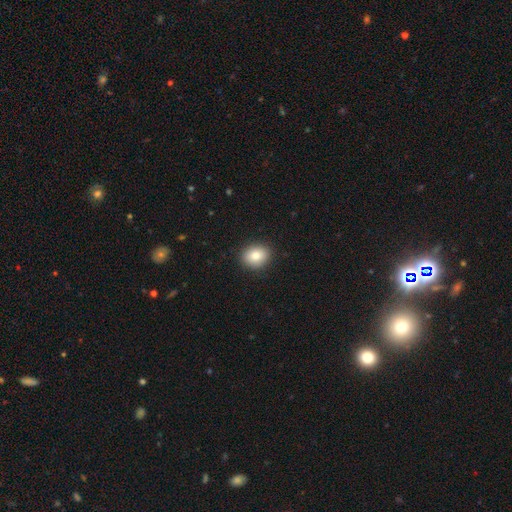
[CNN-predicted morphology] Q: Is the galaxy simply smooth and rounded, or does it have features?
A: smooth — 84%.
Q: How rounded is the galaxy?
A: round — 52%.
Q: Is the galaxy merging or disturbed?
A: none — 90%.